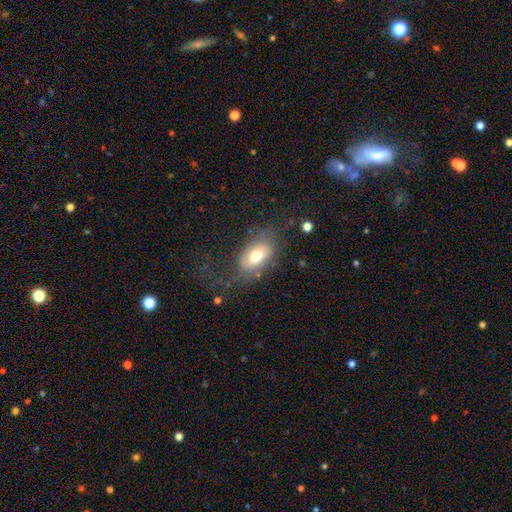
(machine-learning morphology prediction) A smooth galaxy with no disk features (68%) that is in between round and cigar-shaped (90%). Merging: none (60%).